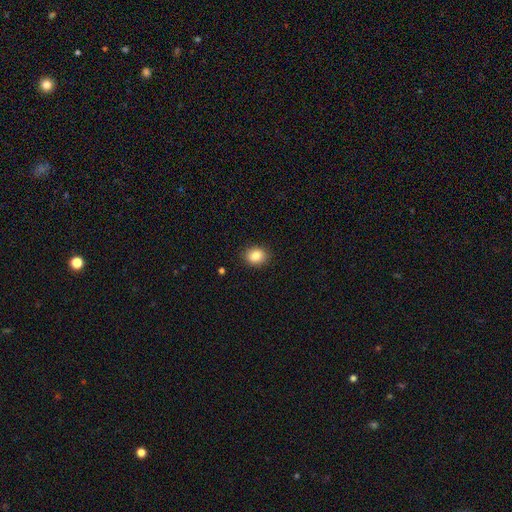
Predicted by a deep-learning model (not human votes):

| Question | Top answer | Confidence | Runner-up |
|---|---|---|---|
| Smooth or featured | smooth | 85% | star or artifact (9%) |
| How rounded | round | 50% | in between (49%) |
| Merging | none | 89% | minor disturbance (8%) |